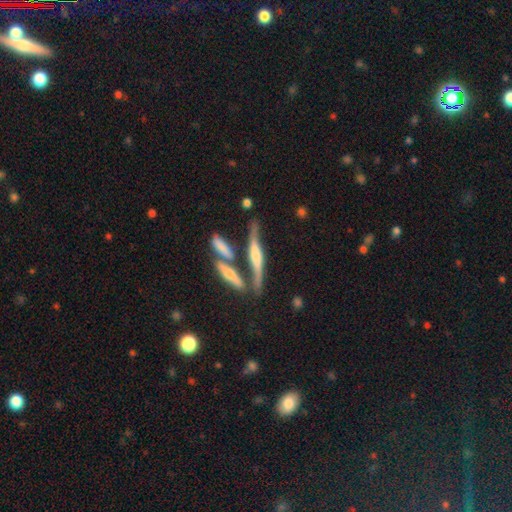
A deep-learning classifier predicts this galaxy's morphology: Smooth or featured: featured or disk — 75% (smooth — 17%)
Edge-on disk: yes — 93% (no — 7%)
Edge-on bulge: rounded — 76% (boxy — 14%)
Merging: none — 59% (merger — 24%)